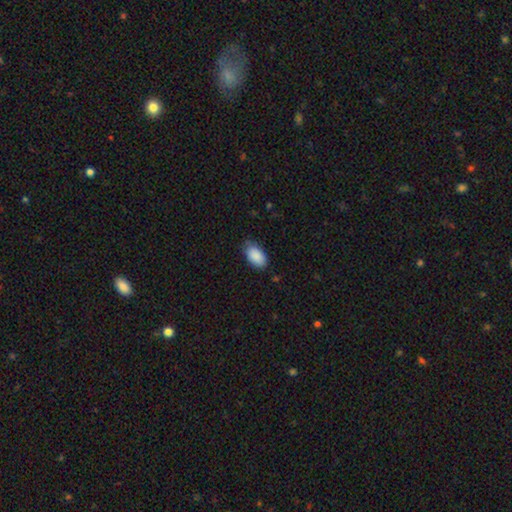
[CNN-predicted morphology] A smooth galaxy with no disk features (90%) that is in between round and cigar-shaped (95%). Merging: none (78%).